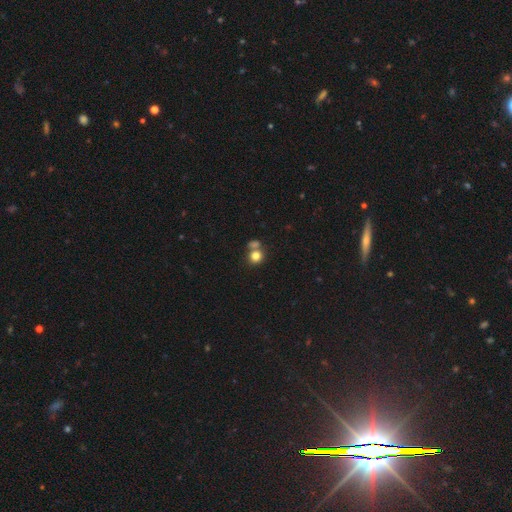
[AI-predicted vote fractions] Overall: smooth (80%). How rounded: round (85%). Merging: none (54%; merger 32%).